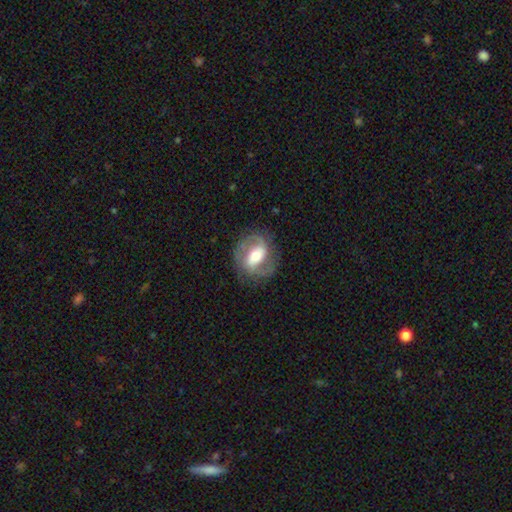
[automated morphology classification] Q: Smooth or featured?
A: featured or disk (76%); runner-up: smooth (18%)
Q: Edge-on disk?
A: no (96%); runner-up: yes (4%)
Q: Bar?
A: weak (40%); runner-up: strong (39%)
Q: Spiral arms?
A: yes (85%); runner-up: no (15%)
Q: Spiral winding?
A: medium (49%); runner-up: tight (28%)
Q: Spiral arm count?
A: 2 (85%); runner-up: can't tell (7%)
Q: Bulge size?
A: moderate (65%); runner-up: large (16%)
Q: Merging?
A: none (76%); runner-up: minor disturbance (14%)